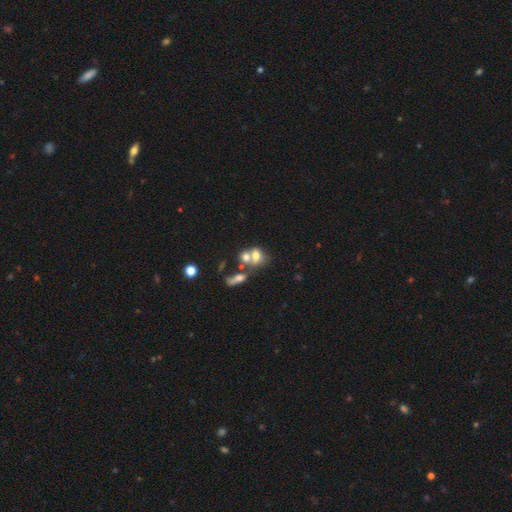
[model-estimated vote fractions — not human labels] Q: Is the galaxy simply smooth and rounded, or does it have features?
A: smooth — 63%.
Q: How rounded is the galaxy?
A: in between — 61%.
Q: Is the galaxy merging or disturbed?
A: merger — 58%.